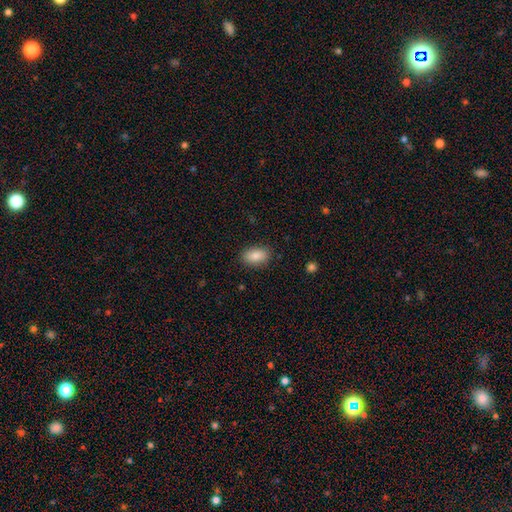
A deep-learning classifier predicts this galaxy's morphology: This appears to be a smooth galaxy with no disk features (86%) that is in between round and cigar-shaped (91%). Merging: none (87%).